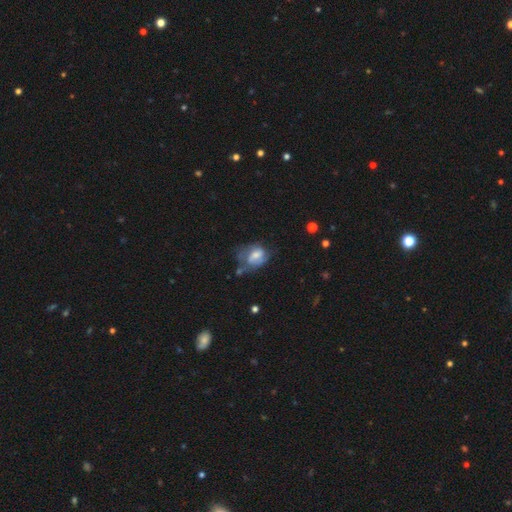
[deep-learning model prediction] featured or disk 53%, smooth 39%, star or artifact 9%. Down the decision tree: edge-on disk — no (96%); bar — weak (45%); spiral arms — yes (70%); bulge size — moderate (42%); merging — none (33%).